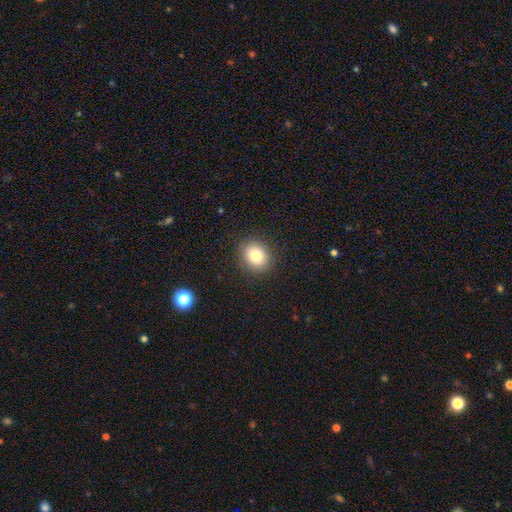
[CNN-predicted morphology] Q: Smooth or featured?
A: smooth (81%); runner-up: star or artifact (10%)
Q: How rounded?
A: round (68%); runner-up: in between (32%)
Q: Merging?
A: none (89%); runner-up: minor disturbance (7%)